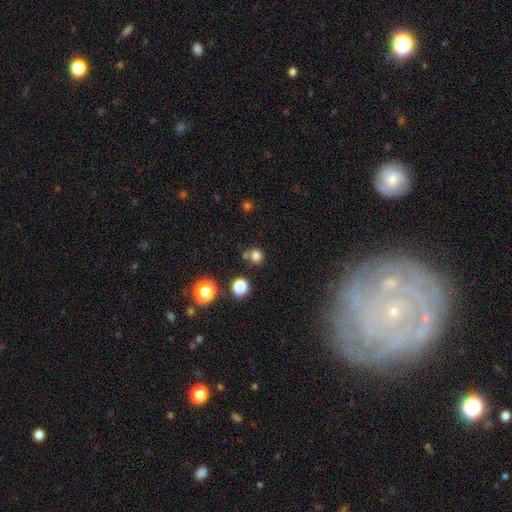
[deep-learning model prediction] Q: Smooth or featured?
A: smooth (75%); runner-up: star or artifact (19%)
Q: How rounded?
A: round (89%); runner-up: in between (10%)
Q: Merging?
A: none (68%); runner-up: merger (19%)